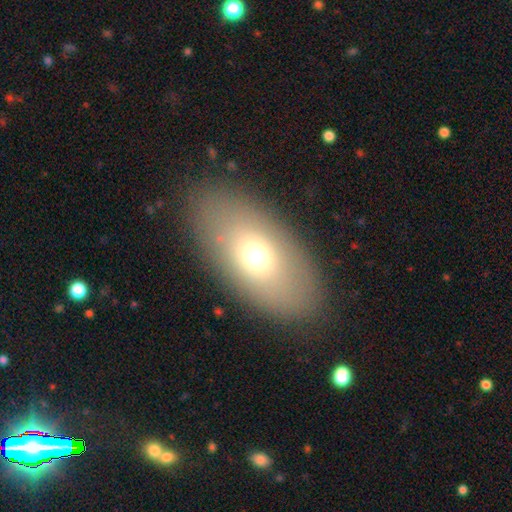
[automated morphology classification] type=smooth (65%); roundness=in between (89%); merging=none (85%).